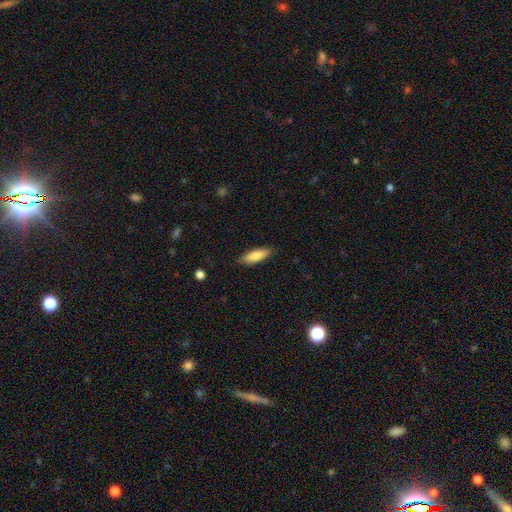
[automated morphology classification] type=smooth (80%); roundness=in between (62%); merging=none (83%).